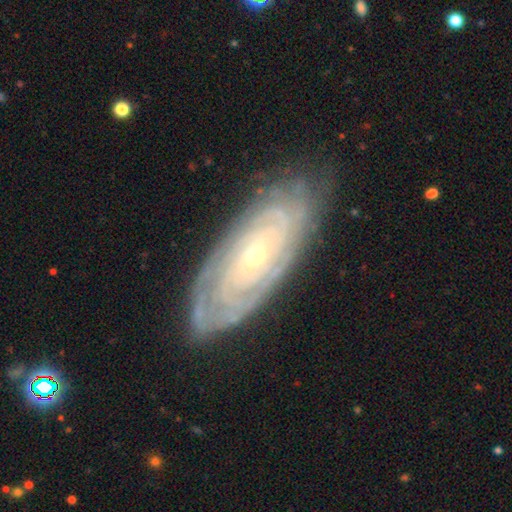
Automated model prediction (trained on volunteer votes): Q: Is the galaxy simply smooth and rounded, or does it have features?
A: featured or disk — 86%.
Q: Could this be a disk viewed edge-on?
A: no — 91%.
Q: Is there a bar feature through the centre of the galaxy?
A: no — 75%.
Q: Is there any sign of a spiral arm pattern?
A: yes — 95%.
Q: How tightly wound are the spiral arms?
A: tight — 86%.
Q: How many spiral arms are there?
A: can't tell — 42%.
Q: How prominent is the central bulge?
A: small — 72%.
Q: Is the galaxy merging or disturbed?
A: none — 81%.